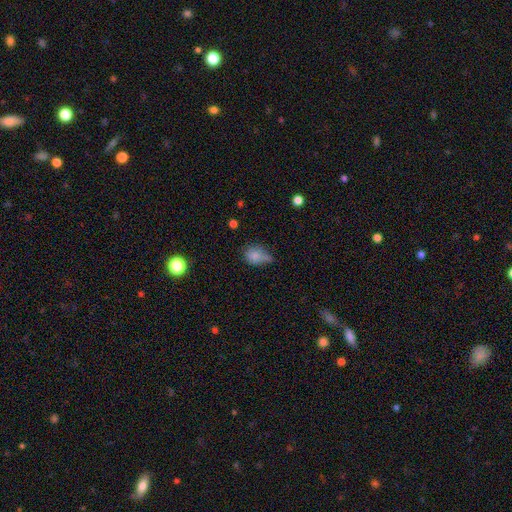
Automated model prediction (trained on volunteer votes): Smooth or featured? Predicted: smooth (p=0.74). How rounded? Predicted: in between (p=0.58). Merging? Predicted: none (p=0.36).